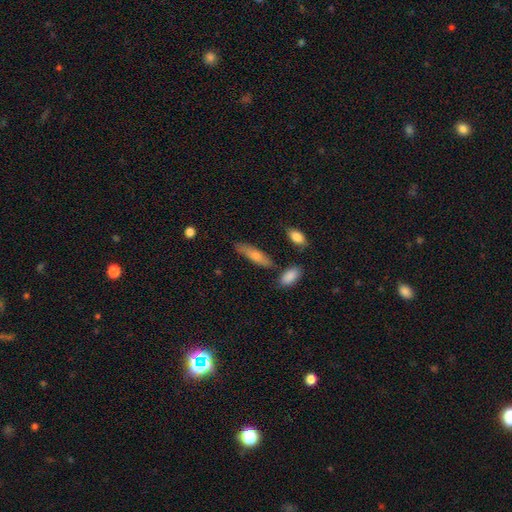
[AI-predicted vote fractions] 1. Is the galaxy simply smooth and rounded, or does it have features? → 74% smooth, 20% featured or disk, 6% star or artifact.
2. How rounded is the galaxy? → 62% cigar-shaped, 36% in between, 2% round.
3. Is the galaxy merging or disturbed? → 74% none, 16% minor disturbance, 6% merger, 4% major disturbance.